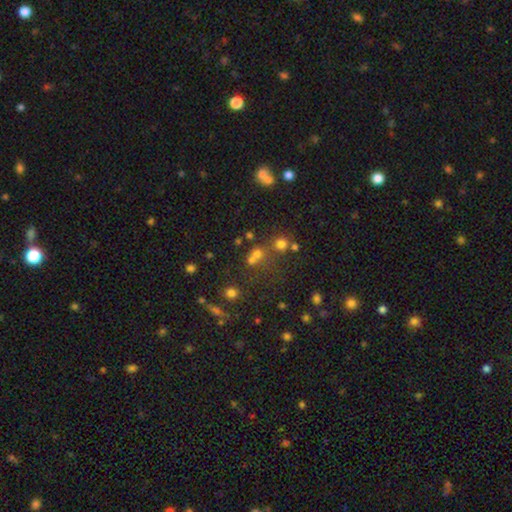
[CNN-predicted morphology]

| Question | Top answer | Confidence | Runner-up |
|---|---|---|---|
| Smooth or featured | smooth | 60% | star or artifact (27%) |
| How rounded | round | 78% | in between (20%) |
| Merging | none | 50% | merger (35%) |